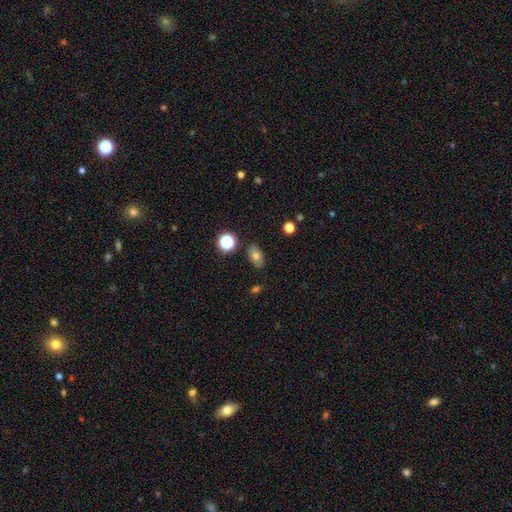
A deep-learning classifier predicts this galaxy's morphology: A smooth galaxy with no disk features (73%) that is in between round and cigar-shaped (85%).

Vote fractions:
- Smooth or featured? smooth: 73% / featured or disk: 15% / star or artifact: 12%
- How rounded? in between: 85% / round: 13% / cigar-shaped: 2%
- Merging? none: 83% / minor disturbance: 12% / major disturbance: 3% / merger: 3%